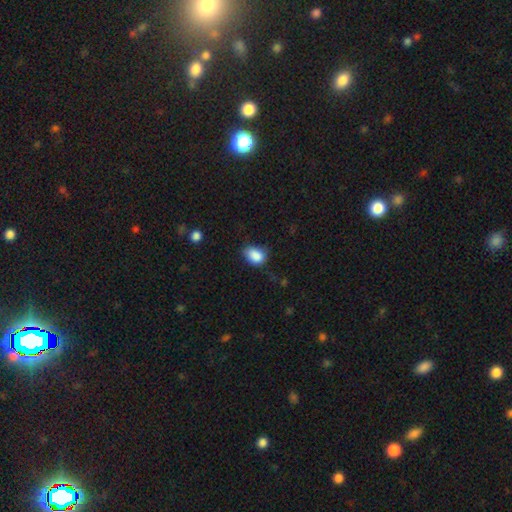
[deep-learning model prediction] Smooth or featured? Predicted: smooth (p=0.87). How rounded? Predicted: in between (p=0.75). Merging? Predicted: none (p=0.59).